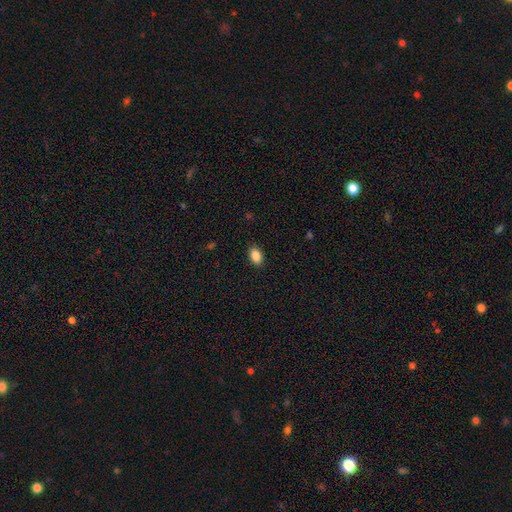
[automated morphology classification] Smooth or featured?
  - smooth: 88% *
  - star or artifact: 8%
  - featured or disk: 3%
How rounded?
  - in between: 88% *
  - round: 10%
  - cigar-shaped: 1%
Merging?
  - none: 89% *
  - minor disturbance: 8%
  - major disturbance: 2%
  - merger: 1%